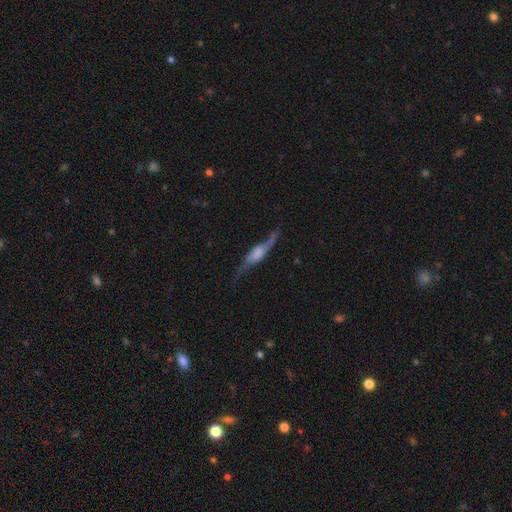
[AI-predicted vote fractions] The model was most divided on "edge-on bulge": rounded: 54%, boxy: 37%, none: 9%. More confident: smooth or featured — featured or disk (77%); edge-on disk — yes (74%); merging — none (67%).